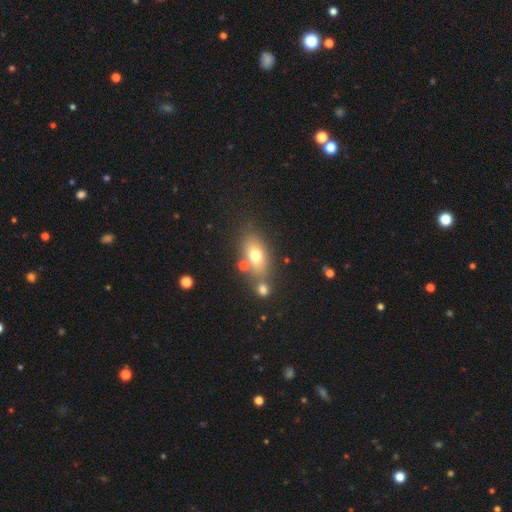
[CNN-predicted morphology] This appears to be a smooth galaxy with no disk features (70%) that is in between round and cigar-shaped (81%). Merging: none (63%).